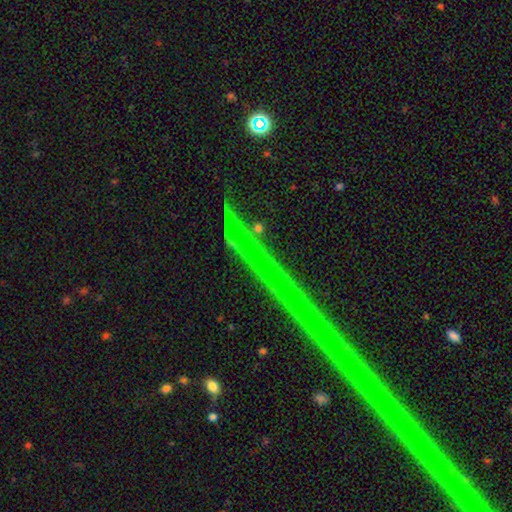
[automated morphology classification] This is clearly a star or artifact rather than a galaxy (80%).